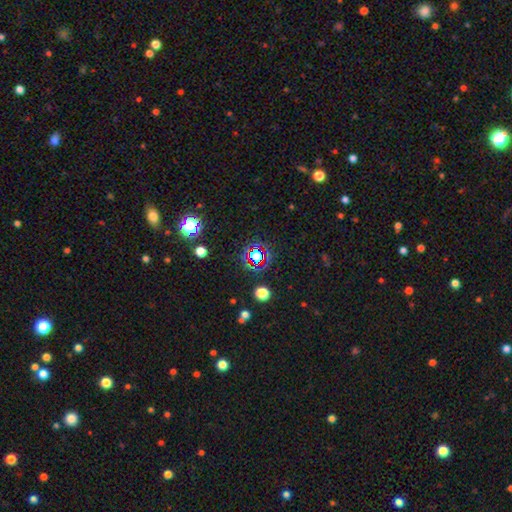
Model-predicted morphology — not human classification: type=star or artifact (67%).